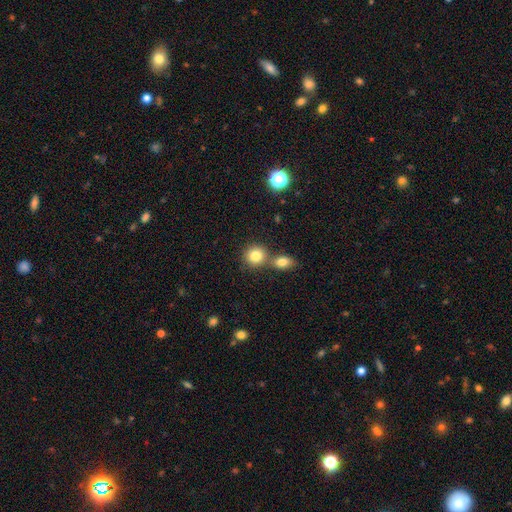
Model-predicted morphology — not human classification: smooth-or-featured: smooth: 82% | star or artifact: 10% | featured or disk: 8%
  how-rounded: round: 82% | in between: 16% | cigar-shaped: 1%
  merging: none: 55% | merger: 34% | minor disturbance: 8% | major disturbance: 3%